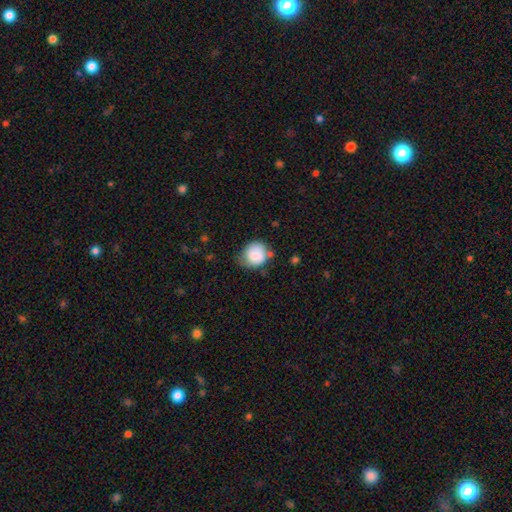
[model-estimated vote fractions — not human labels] This appears to be a smooth galaxy with no disk features (81%) that is round (80%). Merging: none (55%).